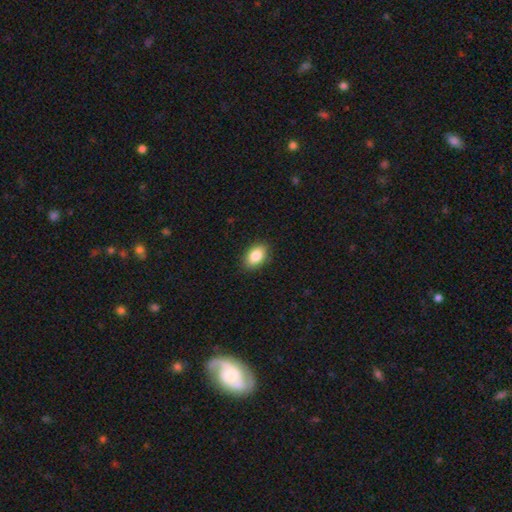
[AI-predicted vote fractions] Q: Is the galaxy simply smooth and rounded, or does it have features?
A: smooth — 85%.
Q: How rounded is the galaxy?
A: in between — 88%.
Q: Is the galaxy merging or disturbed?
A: none — 89%.